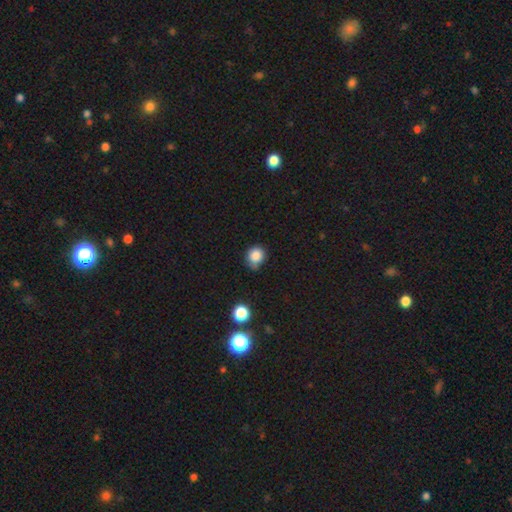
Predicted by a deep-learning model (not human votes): This is clearly a smooth galaxy (84%). How rounded: clearly round (80%). Merging: possibly none (60%).